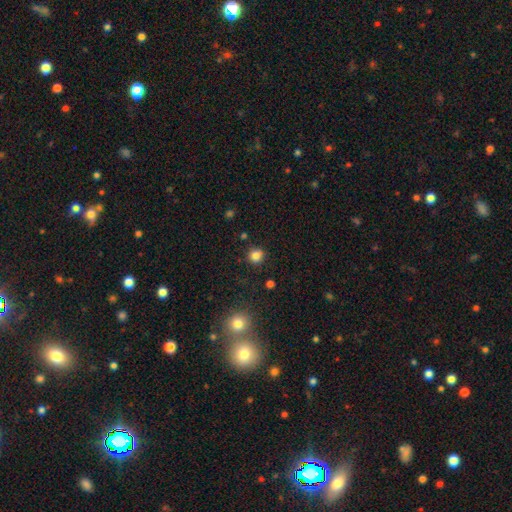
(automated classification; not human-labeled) This is clearly a smooth galaxy (83%). How rounded: clearly round (92%). Merging: clearly none (88%).